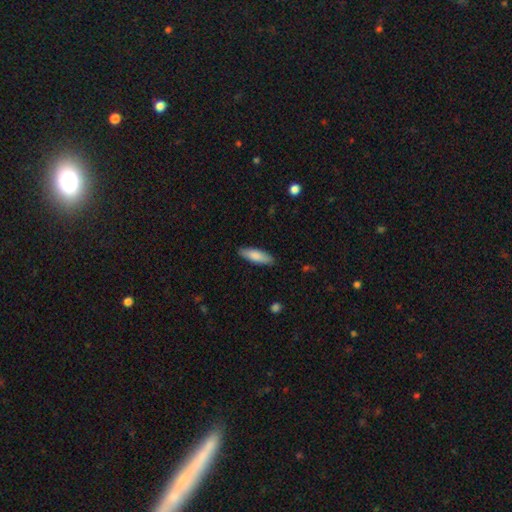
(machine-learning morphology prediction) Smooth or featured?
  - smooth: 83% *
  - featured or disk: 11%
  - star or artifact: 5%
How rounded?
  - in between: 51% *
  - cigar-shaped: 48%
  - round: 2%
Merging?
  - none: 87% *
  - minor disturbance: 10%
  - major disturbance: 2%
  - merger: 1%